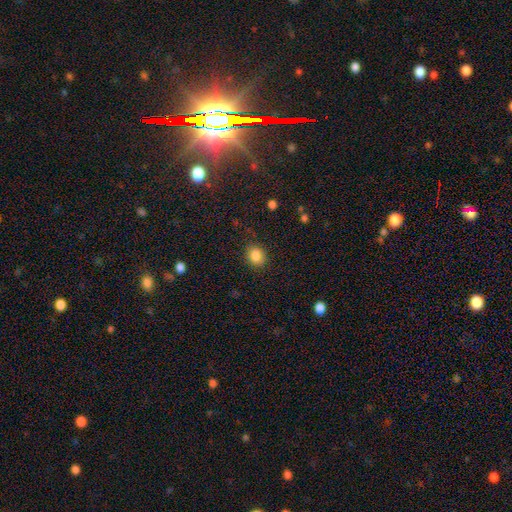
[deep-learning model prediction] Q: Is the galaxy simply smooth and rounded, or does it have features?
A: smooth — 85%.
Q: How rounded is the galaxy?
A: round — 66%.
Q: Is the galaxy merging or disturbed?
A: none — 86%.